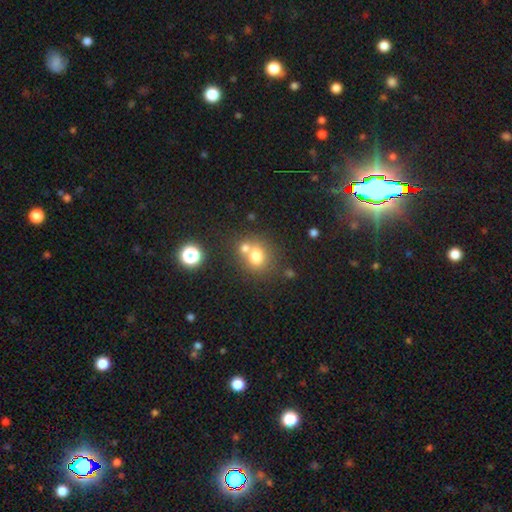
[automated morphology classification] Smooth or featured? smooth (73%)
How rounded? round (69%)
Merging? none (46%)